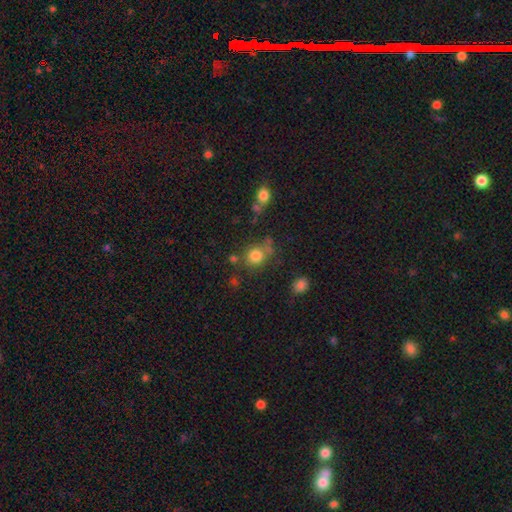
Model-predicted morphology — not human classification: This appears to be a smooth galaxy with no disk features (80%) that is round (80%). Merging: none (64%).